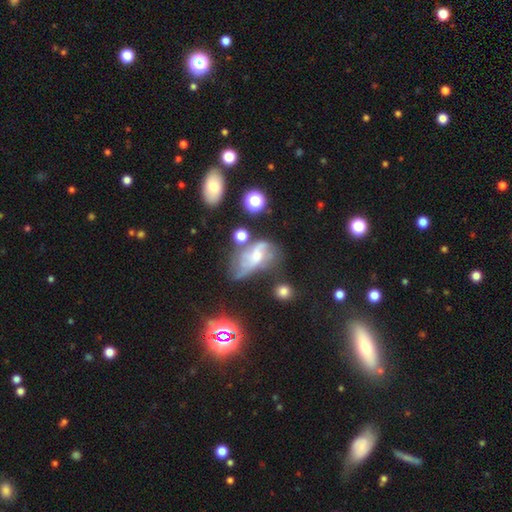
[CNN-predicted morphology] smooth_or_featured: featured or disk (p=0.61) [alt: smooth p=0.25]
disk_edge_on: no (p=0.95) [alt: yes p=0.05]
bar: no (p=0.59) [alt: weak p=0.33]
has_spiral_arms: yes (p=0.71) [alt: no p=0.29]
bulge_size: moderate (p=0.41) [alt: small p=0.40]
merging: major disturbance (p=0.36) [alt: none p=0.25]